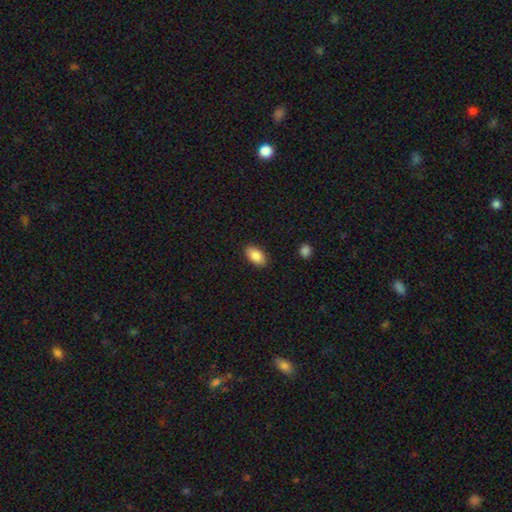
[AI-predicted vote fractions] This is clearly a smooth galaxy (88%). How rounded: clearly in between (93%). Merging: clearly none (88%).